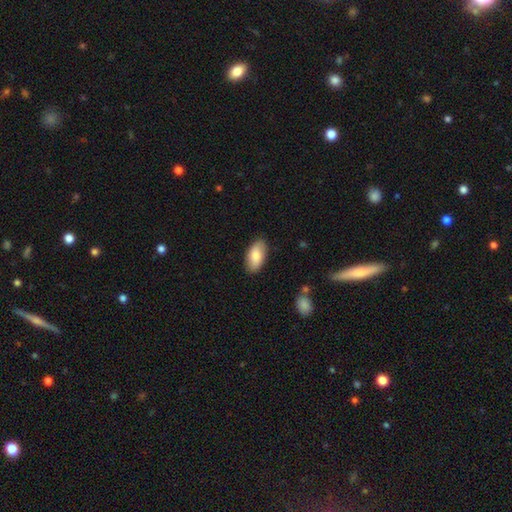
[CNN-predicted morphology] smooth-or-featured: smooth: 80% | featured or disk: 14% | star or artifact: 6%
  how-rounded: in between: 94% | cigar-shaped: 3% | round: 3%
  merging: none: 87% | minor disturbance: 10% | major disturbance: 2% | merger: 1%